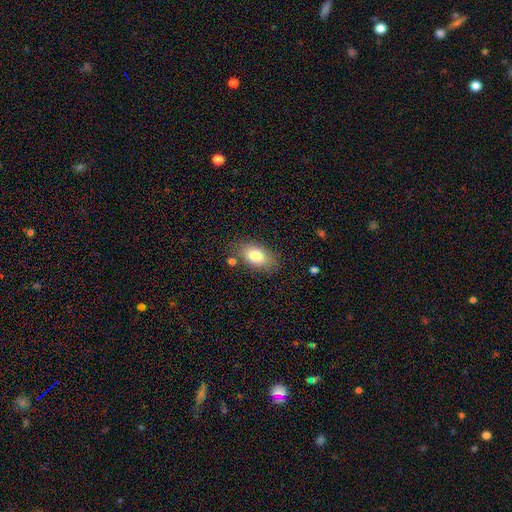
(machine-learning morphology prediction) smooth-or-featured: smooth: 80% | featured or disk: 13% | star or artifact: 8%
  how-rounded: in between: 90% | round: 7% | cigar-shaped: 3%
  merging: none: 77% | minor disturbance: 15% | merger: 4% | major disturbance: 4%